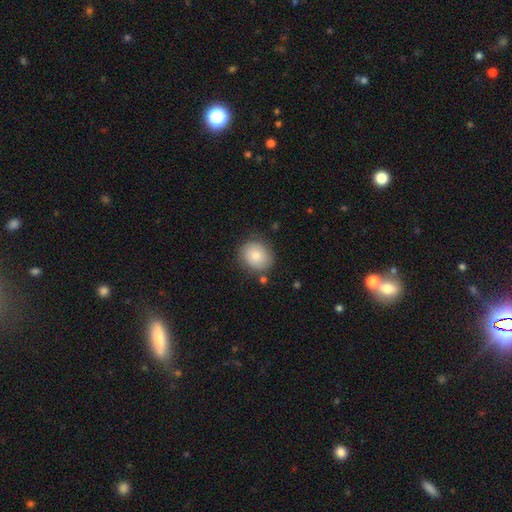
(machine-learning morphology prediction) Smooth or featured? smooth (80%)
How rounded? round (69%)
Merging? none (79%)